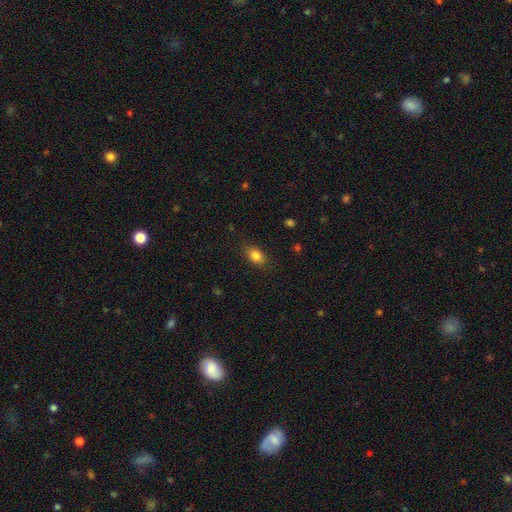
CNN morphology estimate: smooth_or_featured: smooth (p=0.84) [alt: star or artifact p=0.09]
how_rounded: in between (p=0.81) [alt: round p=0.16]
merging: none (p=0.84) [alt: minor disturbance p=0.12]